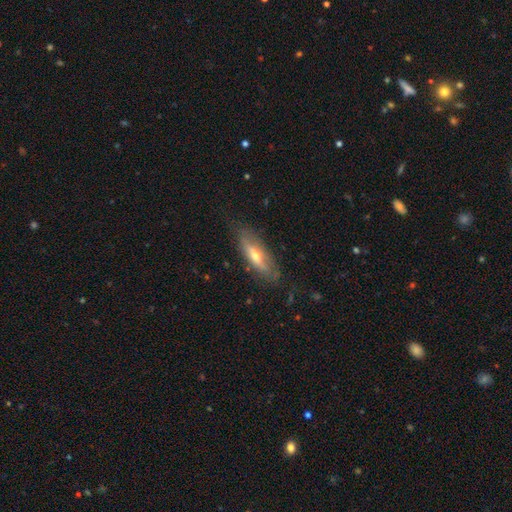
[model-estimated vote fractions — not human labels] Overall: featured or disk (49%; smooth 44%). Merging: none (75%).